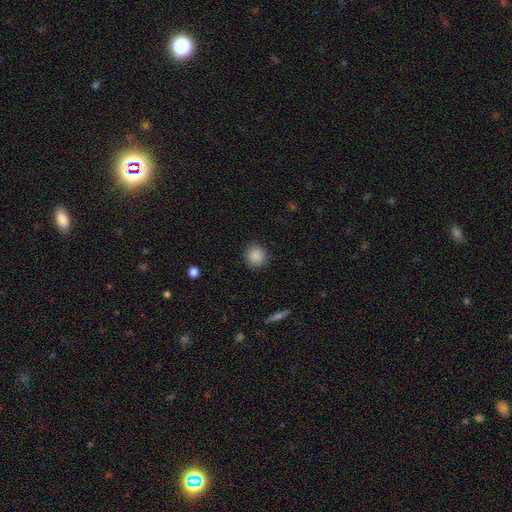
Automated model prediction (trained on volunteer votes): The model was most divided on "smooth or featured": smooth: 88%, star or artifact: 9%, featured or disk: 3%. More confident: how rounded — round (90%); merging — none (90%).